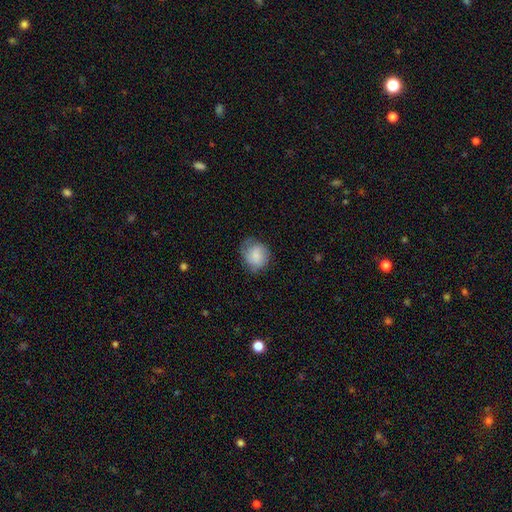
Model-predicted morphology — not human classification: Q: Smooth or featured?
A: smooth (71%); runner-up: featured or disk (22%)
Q: How rounded?
A: round (74%); runner-up: in between (25%)
Q: Merging?
A: none (62%); runner-up: minor disturbance (27%)